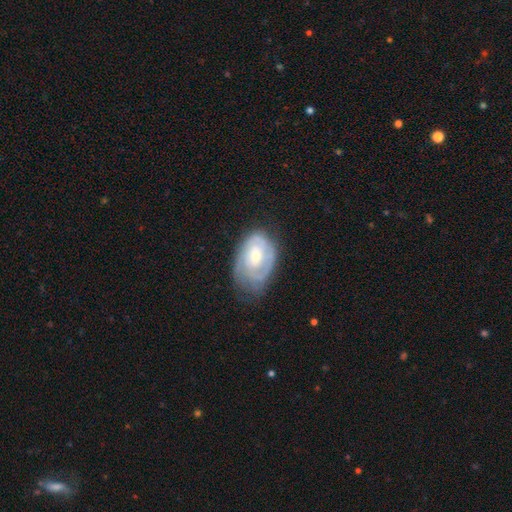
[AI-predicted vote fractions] A featured or disk galaxy (71%) with no bar (55%), tight (62%) spiral arms (82%) and a moderate central bulge (55%). Merging: none (53%).